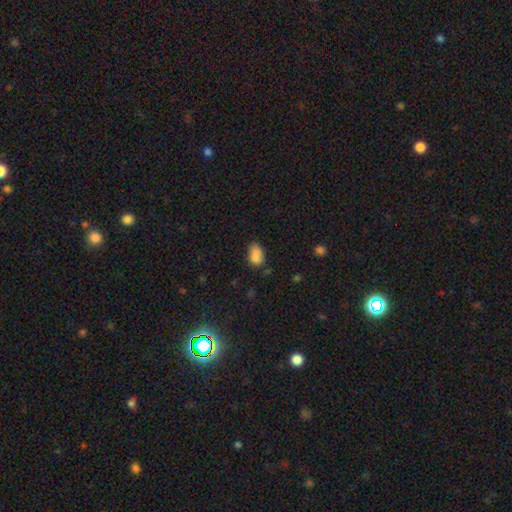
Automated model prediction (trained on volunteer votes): smooth-or-featured: smooth: 80% | star or artifact: 11% | featured or disk: 10%
  how-rounded: in between: 82% | round: 16% | cigar-shaped: 2%
  merging: none: 48% | minor disturbance: 26% | merger: 18% | major disturbance: 8%